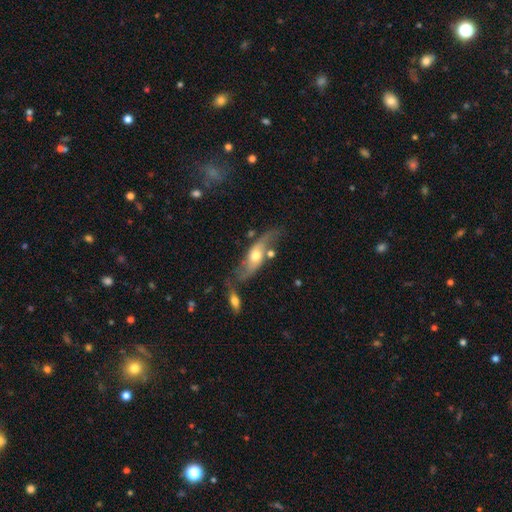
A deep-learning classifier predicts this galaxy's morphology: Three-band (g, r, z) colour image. It shows a featured or disk galaxy (64%). Merging: none (52%).